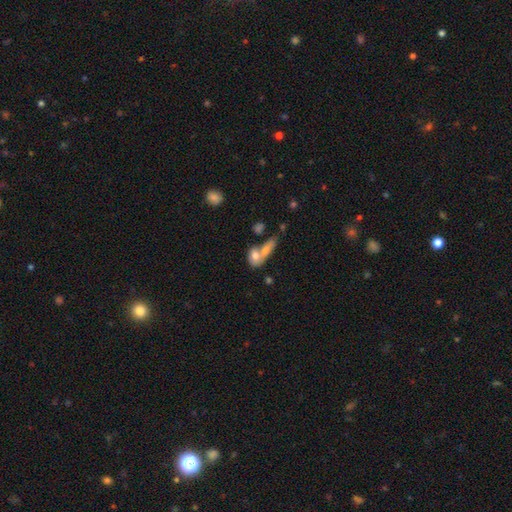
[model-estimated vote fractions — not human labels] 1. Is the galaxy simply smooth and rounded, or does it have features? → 72% smooth, 20% featured or disk, 8% star or artifact.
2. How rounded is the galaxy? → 64% in between, 27% round, 9% cigar-shaped.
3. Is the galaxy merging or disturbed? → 60% merger, 25% none, 9% minor disturbance, 6% major disturbance.